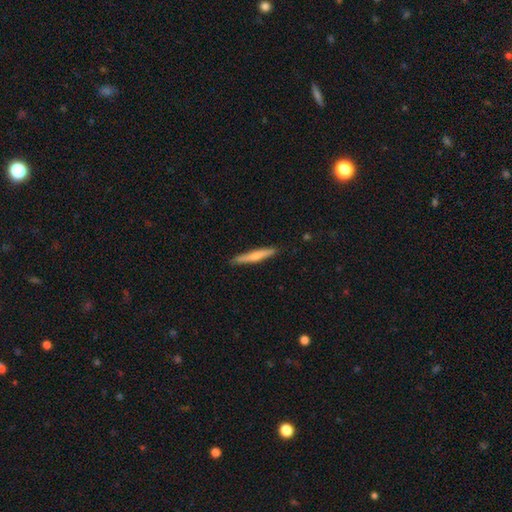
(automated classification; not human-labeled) Morphology: type=smooth (65%); roundness=cigar-shaped (94%); merging=none (89%).